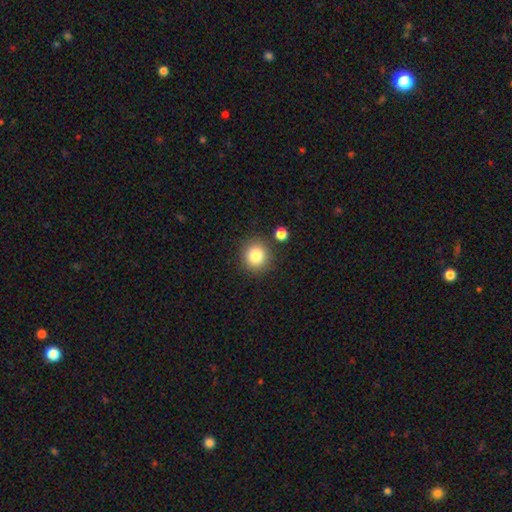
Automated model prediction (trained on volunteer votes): smooth-or-featured: smooth: 83% | star or artifact: 10% | featured or disk: 6%
  how-rounded: round: 90% | in between: 9% | cigar-shaped: 1%
  merging: none: 84% | minor disturbance: 8% | merger: 5% | major disturbance: 3%